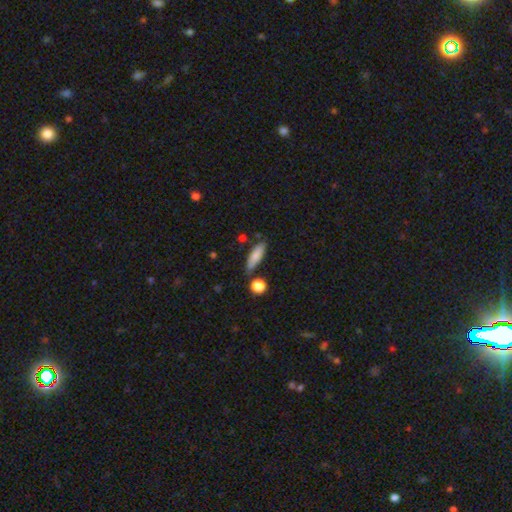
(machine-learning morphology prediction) A smooth galaxy with no disk features (82%) that is cigar-shaped (53%).

Vote fractions:
- Smooth or featured? smooth: 82% / featured or disk: 11% / star or artifact: 7%
- How rounded? cigar-shaped: 53% / in between: 44% / round: 3%
- Merging? none: 74% / minor disturbance: 16% / merger: 7% / major disturbance: 4%